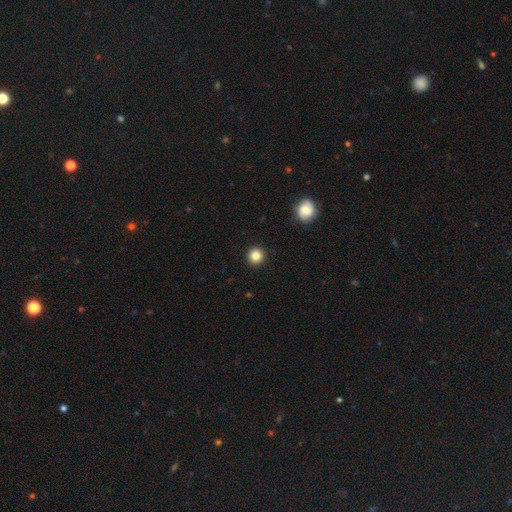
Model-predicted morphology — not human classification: This appears to be a smooth galaxy with no disk features (85%) that is round (94%). Merging: none (93%).